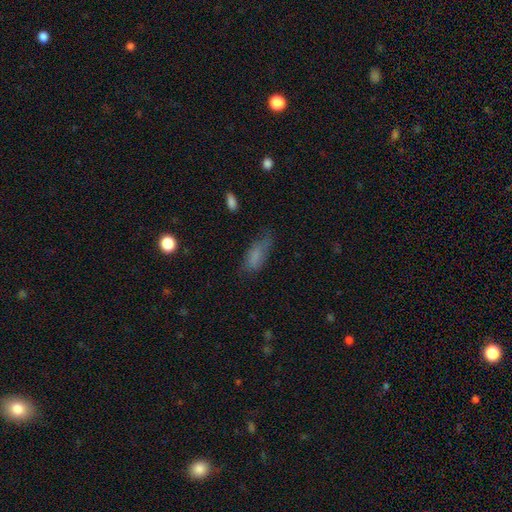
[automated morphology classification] Overall: smooth (76%). How rounded: in between (70%). Merging: none (53%; minor disturbance 31%).